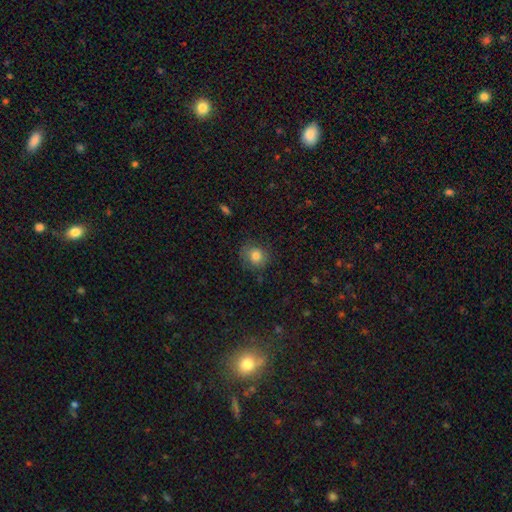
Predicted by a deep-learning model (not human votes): This is clearly a smooth galaxy (80%). How rounded: clearly round (82%). Merging: likely none (77%).